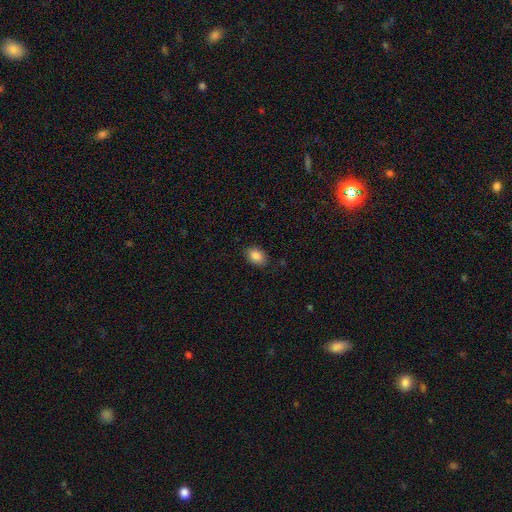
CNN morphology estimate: This is clearly a smooth galaxy (88%). How rounded: likely in between (77%). Merging: clearly none (86%).